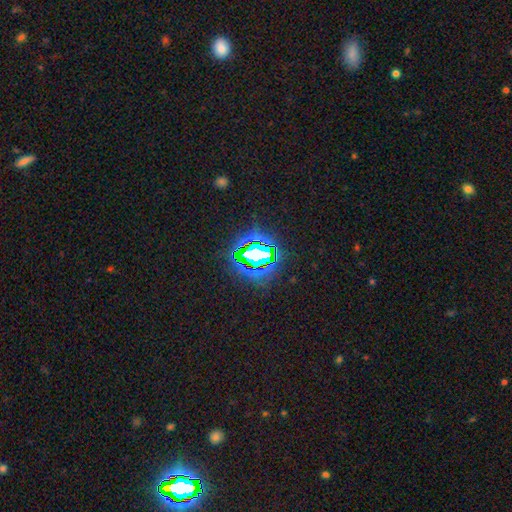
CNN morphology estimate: Smooth or featured? Predicted: star or artifact (p=0.74).